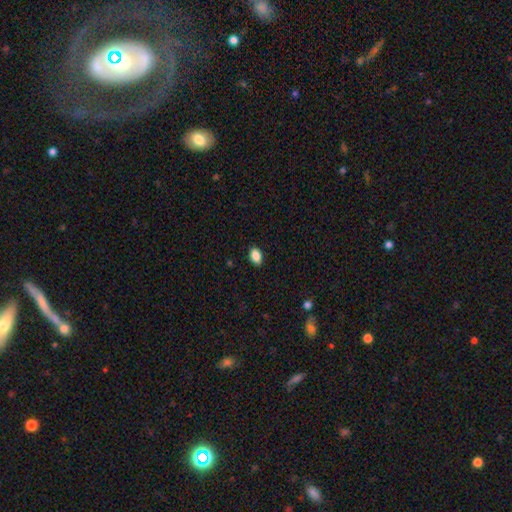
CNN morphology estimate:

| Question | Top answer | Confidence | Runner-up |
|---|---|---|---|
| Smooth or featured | smooth | 88% | star or artifact (8%) |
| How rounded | in between | 86% | round (12%) |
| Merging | none | 89% | minor disturbance (8%) |